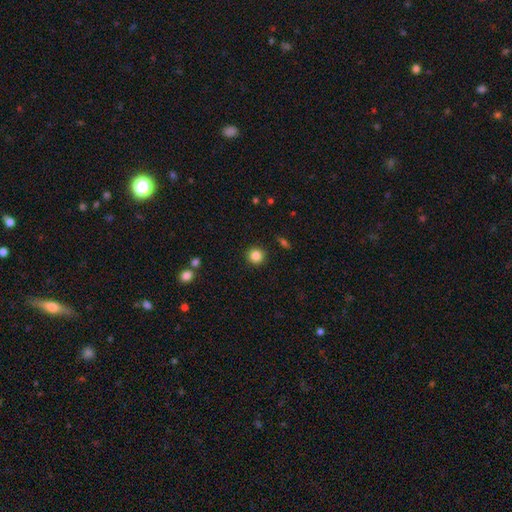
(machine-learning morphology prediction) Smooth or featured? Predicted: smooth (p=0.85). How rounded? Predicted: round (p=0.94). Merging? Predicted: none (p=0.92).